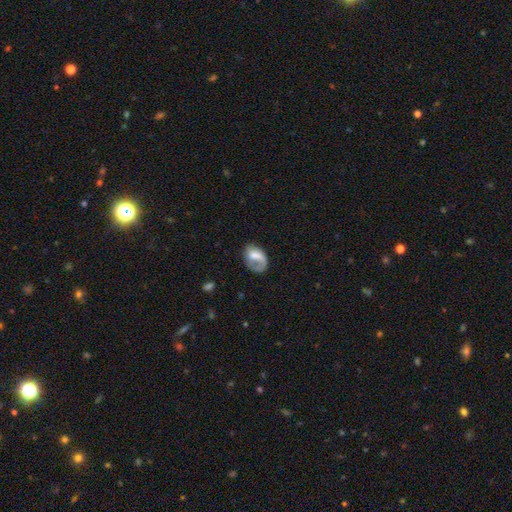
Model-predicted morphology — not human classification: Smooth or featured? Predicted: smooth (p=0.54). How rounded? Predicted: in between (p=0.80). Merging? Predicted: none (p=0.41).